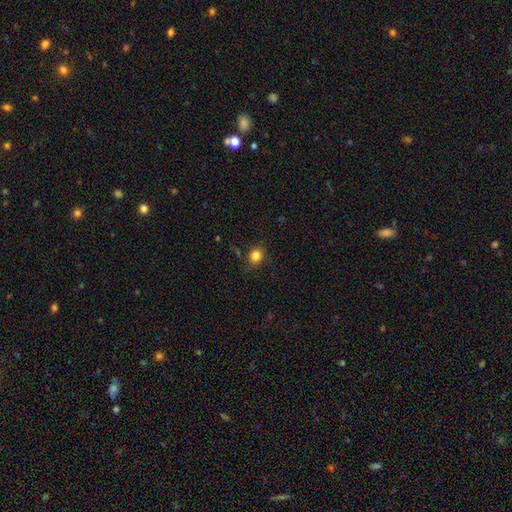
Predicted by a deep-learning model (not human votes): Morphology: type=smooth (82%); roundness=round (59%); merging=none (80%).